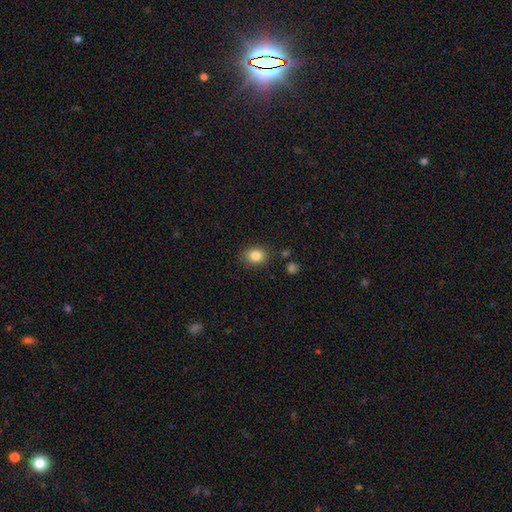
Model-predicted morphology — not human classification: Smooth or featured?
  - smooth: 84% *
  - star or artifact: 10%
  - featured or disk: 6%
How rounded?
  - round: 57% *
  - in between: 42%
  - cigar-shaped: 1%
Merging?
  - none: 84% *
  - minor disturbance: 10%
  - major disturbance: 3%
  - merger: 2%